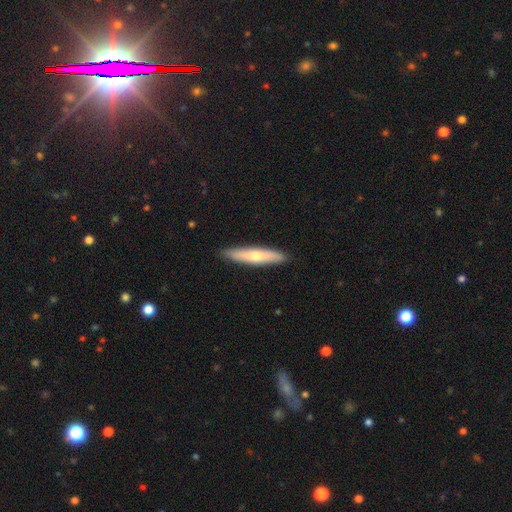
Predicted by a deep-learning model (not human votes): Smooth or featured: smooth — 61% (featured or disk — 34%)
How rounded: cigar-shaped — 87% (in between — 12%)
Merging: none — 89% (minor disturbance — 8%)